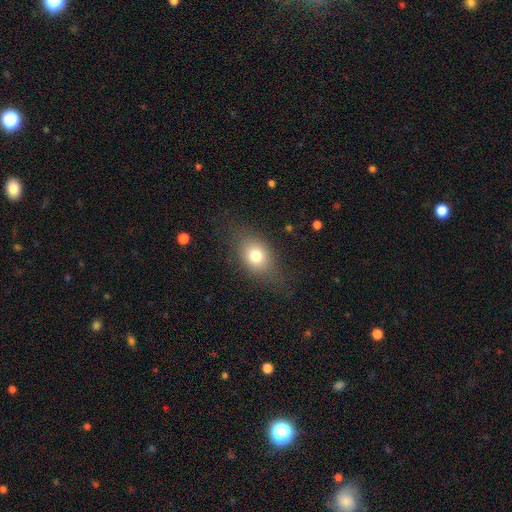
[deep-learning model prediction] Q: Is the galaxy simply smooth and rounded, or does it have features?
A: smooth — 74%.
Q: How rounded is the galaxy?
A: in between — 66%.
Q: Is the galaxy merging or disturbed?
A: none — 72%.